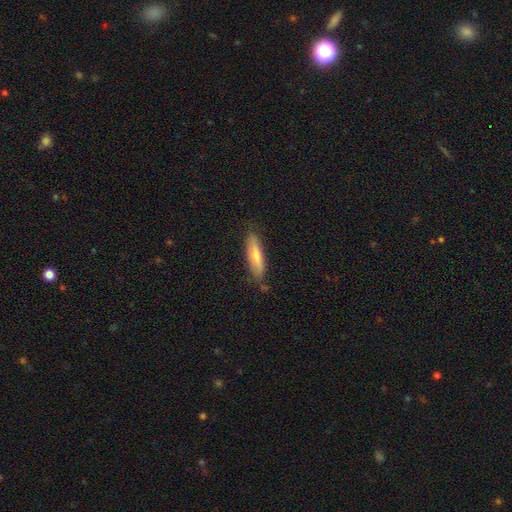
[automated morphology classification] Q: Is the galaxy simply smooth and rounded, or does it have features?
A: smooth — 64%.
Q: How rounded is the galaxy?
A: cigar-shaped — 68%.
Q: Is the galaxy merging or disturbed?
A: none — 78%.